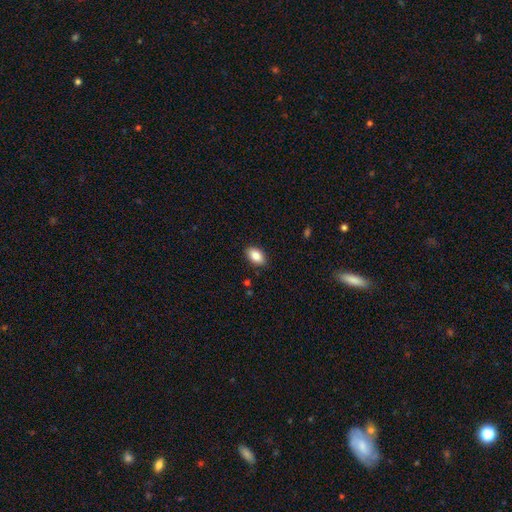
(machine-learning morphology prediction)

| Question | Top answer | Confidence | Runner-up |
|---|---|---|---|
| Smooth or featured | smooth | 87% | star or artifact (7%) |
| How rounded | in between | 91% | round (8%) |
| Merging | none | 88% | minor disturbance (9%) |